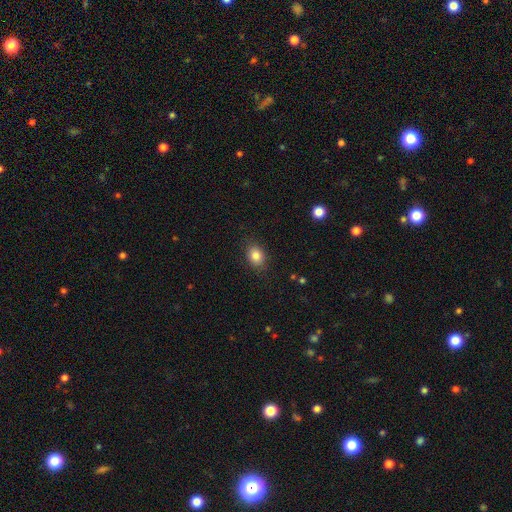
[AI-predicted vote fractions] Q: Smooth or featured?
A: smooth (84%); runner-up: star or artifact (10%)
Q: How rounded?
A: in between (64%); runner-up: round (35%)
Q: Merging?
A: none (84%); runner-up: minor disturbance (12%)